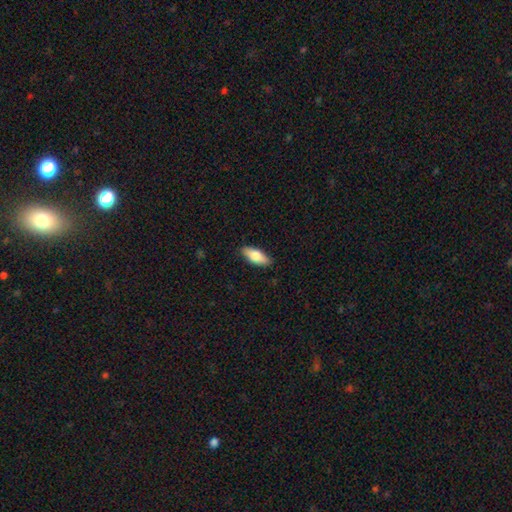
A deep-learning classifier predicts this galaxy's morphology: Smooth or featured? smooth (74%)
How rounded? in between (77%)
Merging? none (88%)